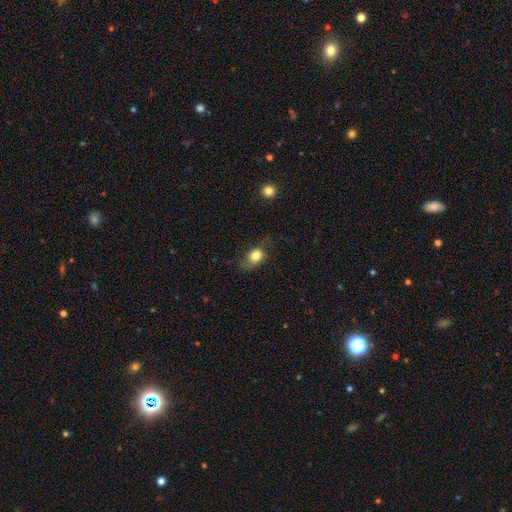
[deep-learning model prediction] Overall: smooth (77%). How rounded: in between (51%; round 47%). Merging: none (53%; minor disturbance 28%).